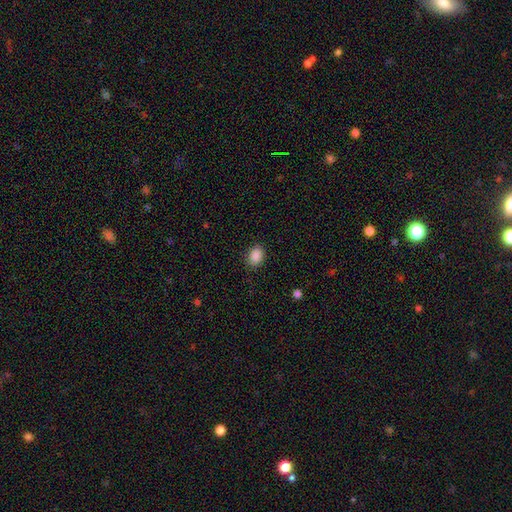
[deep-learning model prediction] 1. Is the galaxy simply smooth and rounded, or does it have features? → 89% smooth, 9% star or artifact, 3% featured or disk.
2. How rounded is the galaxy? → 68% in between, 31% round, 1% cigar-shaped.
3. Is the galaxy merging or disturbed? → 87% none, 10% minor disturbance, 3% major disturbance, 1% merger.